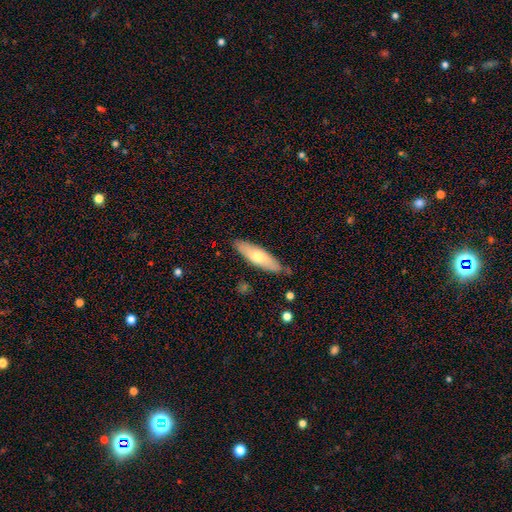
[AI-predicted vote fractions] A smooth galaxy with no disk features (59%) that is cigar-shaped (56%).

Vote fractions:
- Smooth or featured? smooth: 59% / featured or disk: 35% / star or artifact: 6%
- How rounded? cigar-shaped: 56% / in between: 42% / round: 2%
- Merging? none: 81% / minor disturbance: 14% / major disturbance: 2% / merger: 2%